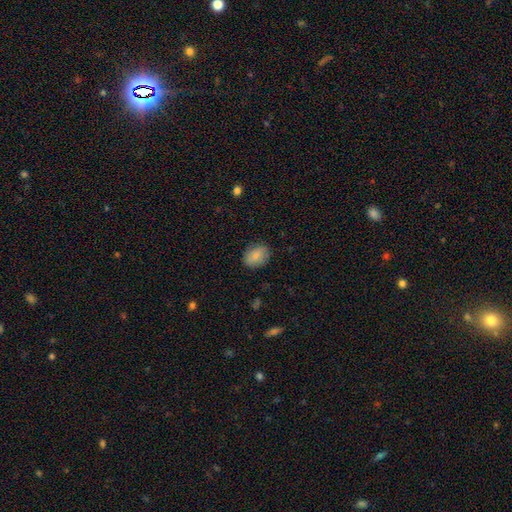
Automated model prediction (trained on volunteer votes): A smooth galaxy with no disk features (85%) that is in between round and cigar-shaped (70%).

Vote fractions:
- Smooth or featured? smooth: 85% / featured or disk: 8% / star or artifact: 7%
- How rounded? in between: 70% / round: 29% / cigar-shaped: 1%
- Merging? none: 84% / minor disturbance: 12% / major disturbance: 3% / merger: 1%